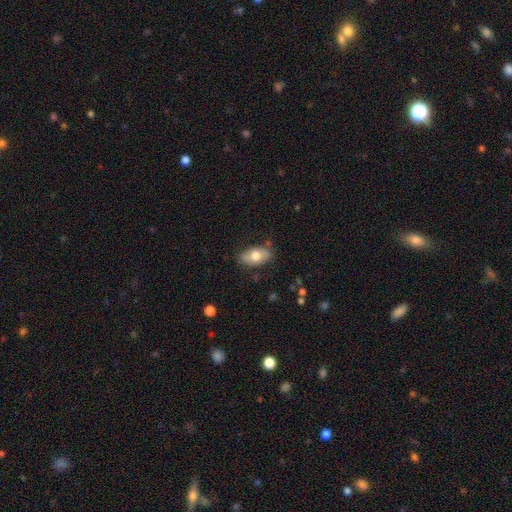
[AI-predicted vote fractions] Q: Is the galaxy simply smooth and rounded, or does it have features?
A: smooth — 67%.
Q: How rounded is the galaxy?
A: in between — 91%.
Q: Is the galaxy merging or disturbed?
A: none — 76%.